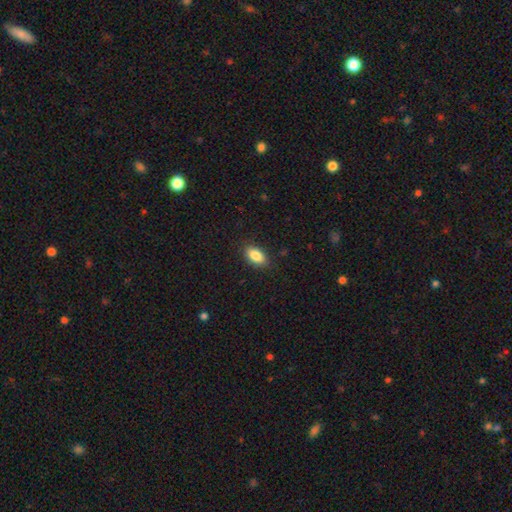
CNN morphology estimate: A smooth galaxy with no disk features (86%) that is in between round and cigar-shaped (91%).

Vote fractions:
- Smooth or featured? smooth: 86% / star or artifact: 8% / featured or disk: 6%
- How rounded? in between: 91% / round: 6% / cigar-shaped: 4%
- Merging? none: 87% / minor disturbance: 10% / major disturbance: 2% / merger: 1%